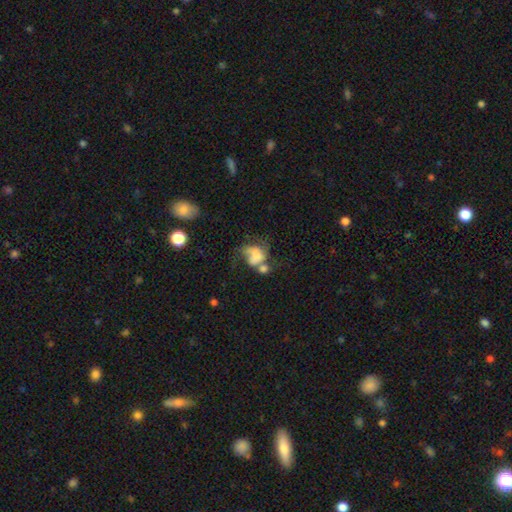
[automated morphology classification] smooth_or_featured: smooth (p=0.51) [alt: featured or disk p=0.38]
how_rounded: in between (p=0.63) [alt: round p=0.36]
merging: major disturbance (p=0.36) [alt: merger p=0.34]